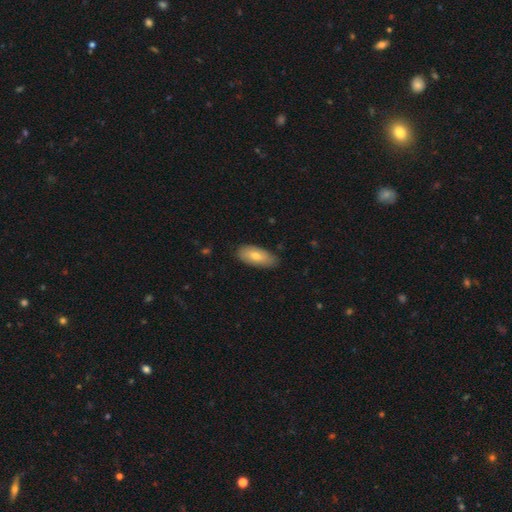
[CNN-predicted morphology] This is likely a smooth galaxy (71%). How rounded: clearly in between (84%). Merging: clearly none (82%).